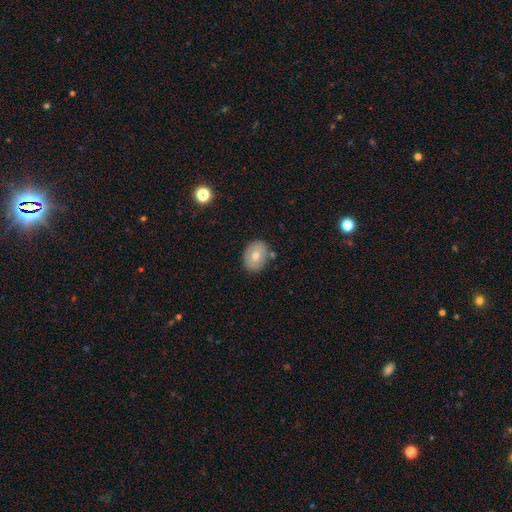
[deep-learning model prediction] Overall: smooth (70%). How rounded: in between (67%; round 32%). Merging: none (79%).